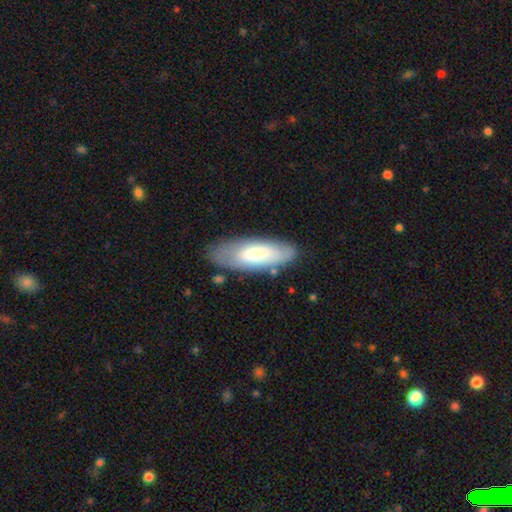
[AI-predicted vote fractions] This is likely a smooth galaxy (61%). How rounded: likely in between (66%). Merging: likely none (77%).